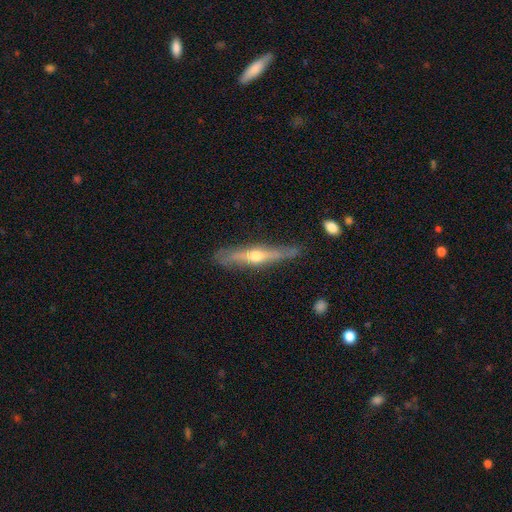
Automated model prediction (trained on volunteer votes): Overall: featured or disk (68%). Edge-on disk: yes (93%). Edge-on bulge: rounded (91%). Merging: none (79%).